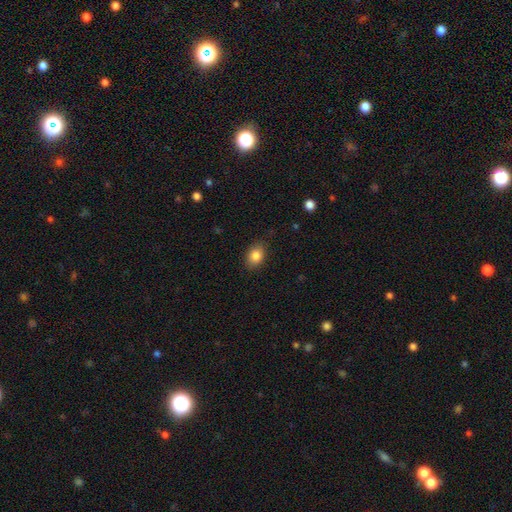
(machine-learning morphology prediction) Smooth or featured? smooth (84%)
How rounded? in between (70%)
Merging? none (84%)